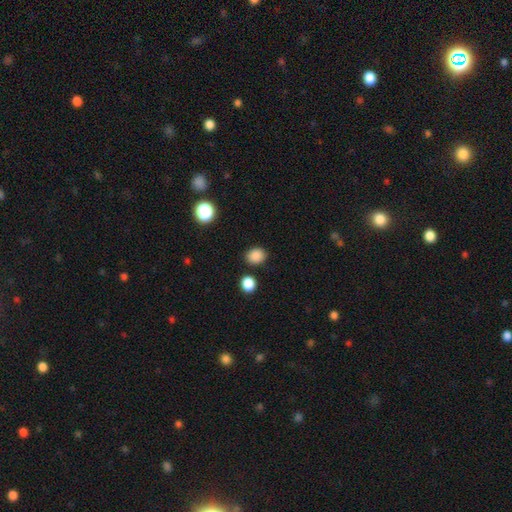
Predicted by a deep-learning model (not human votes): smooth_or_featured: smooth (p=0.86) [alt: star or artifact p=0.11]
how_rounded: round (p=0.59) [alt: in between p=0.40]
merging: none (p=0.84) [alt: minor disturbance p=0.09]